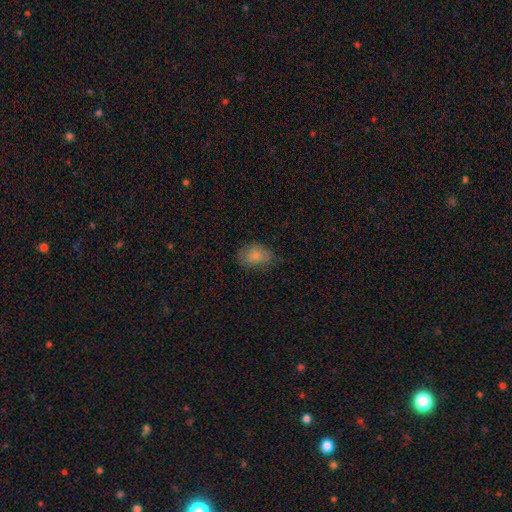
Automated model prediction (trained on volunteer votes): This is clearly a smooth galaxy (82%). How rounded: clearly in between (80%). Merging: likely none (61%).